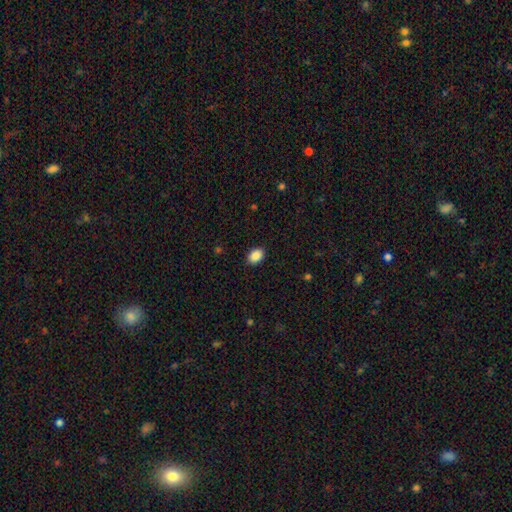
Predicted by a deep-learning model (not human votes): Smooth or featured?
  - smooth: 89% *
  - star or artifact: 8%
  - featured or disk: 3%
How rounded?
  - in between: 72% *
  - round: 27%
  - cigar-shaped: 1%
Merging?
  - none: 88% *
  - minor disturbance: 8%
  - major disturbance: 2%
  - merger: 1%